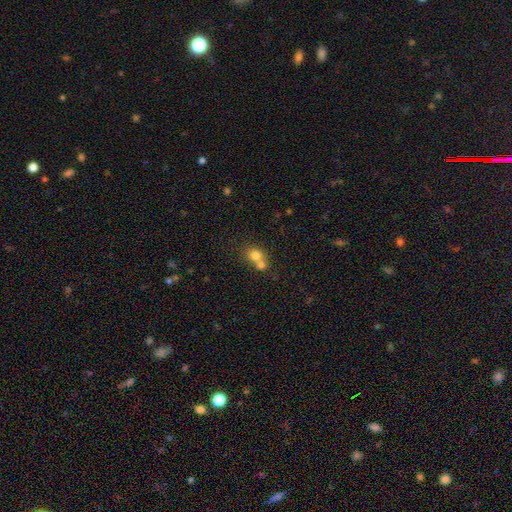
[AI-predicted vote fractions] Smooth or featured? Predicted: smooth (p=0.74). How rounded? Predicted: round (p=0.71). Merging? Predicted: merger (p=0.62).